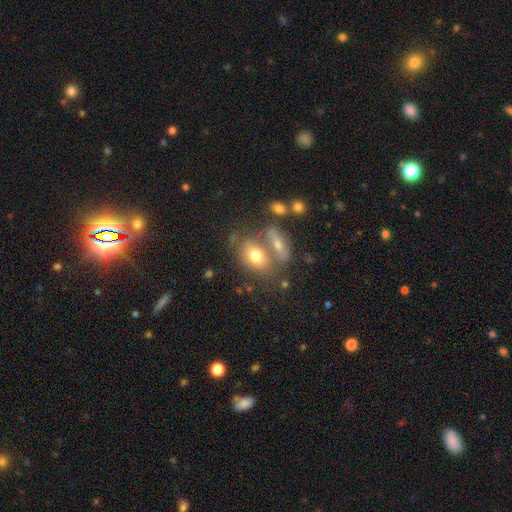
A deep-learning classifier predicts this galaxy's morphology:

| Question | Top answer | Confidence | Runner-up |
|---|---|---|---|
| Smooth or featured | smooth | 73% | featured or disk (17%) |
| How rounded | in between | 78% | round (19%) |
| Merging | none | 44% | merger (37%) |